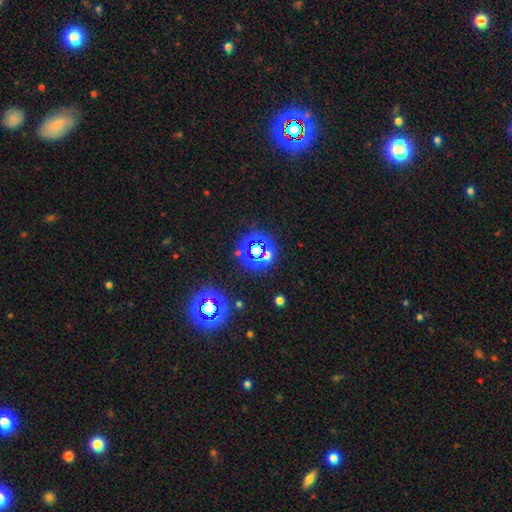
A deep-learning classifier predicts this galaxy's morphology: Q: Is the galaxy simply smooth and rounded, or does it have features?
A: star or artifact — 72%.